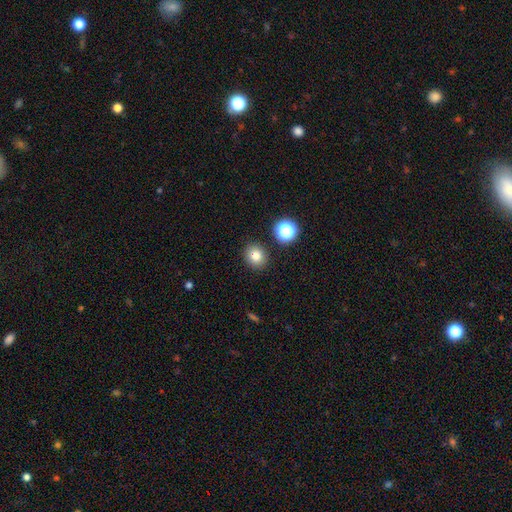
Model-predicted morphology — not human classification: The model was most divided on "how rounded": round: 75%, in between: 24%, cigar-shaped: 1%. More confident: merging — none (88%); smooth or featured — smooth (80%).